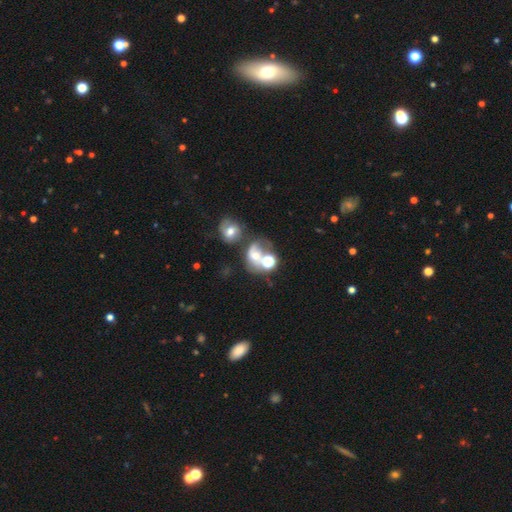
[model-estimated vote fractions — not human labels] smooth-or-featured: smooth: 44% | featured or disk: 37% | star or artifact: 19%
  merging: merger: 44% | none: 25% | major disturbance: 18% | minor disturbance: 13%